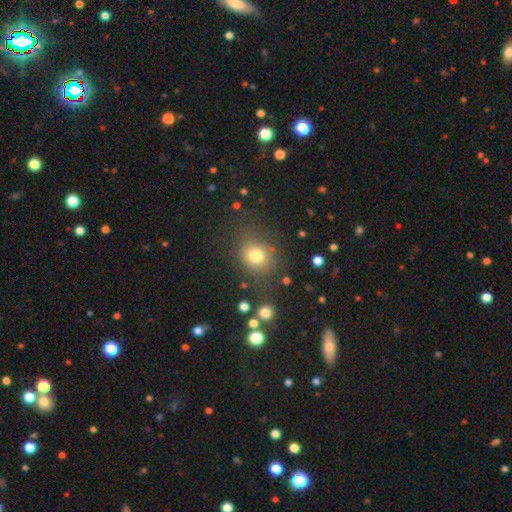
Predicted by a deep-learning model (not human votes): A smooth galaxy with no disk features (77%) that is round (78%). Merging: none (75%).